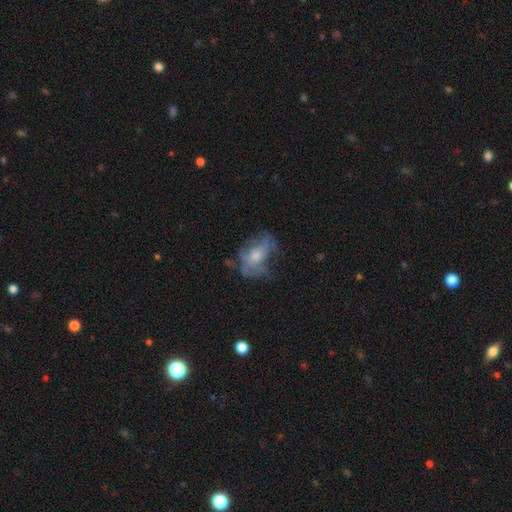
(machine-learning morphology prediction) Overall: featured or disk (53%; smooth 37%). Edge-on disk: no (95%). Bar: no (82%). Spiral arms: no (60%; yes 40%). Bulge size: moderate (44%; small 39%). Merging: none (44%; major disturbance 30%).